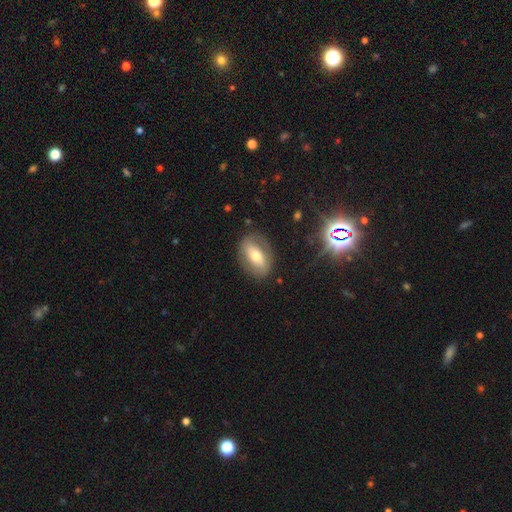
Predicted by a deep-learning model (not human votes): smooth-or-featured: smooth: 50% | featured or disk: 42% | star or artifact: 8%
  merging: none: 78% | minor disturbance: 14% | major disturbance: 6% | merger: 2%